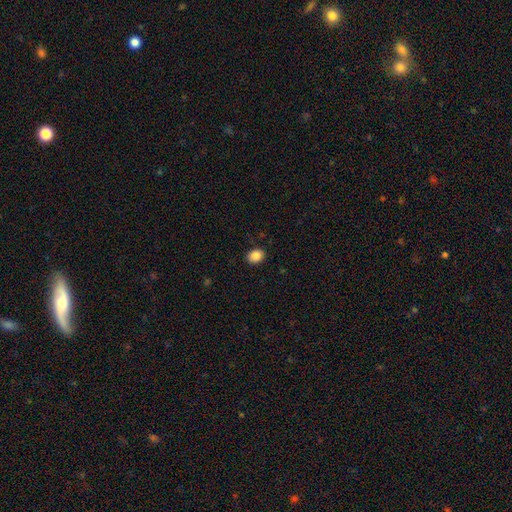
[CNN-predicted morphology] Q: Smooth or featured?
A: smooth (87%); runner-up: star or artifact (9%)
Q: How rounded?
A: in between (64%); runner-up: round (35%)
Q: Merging?
A: none (89%); runner-up: minor disturbance (8%)